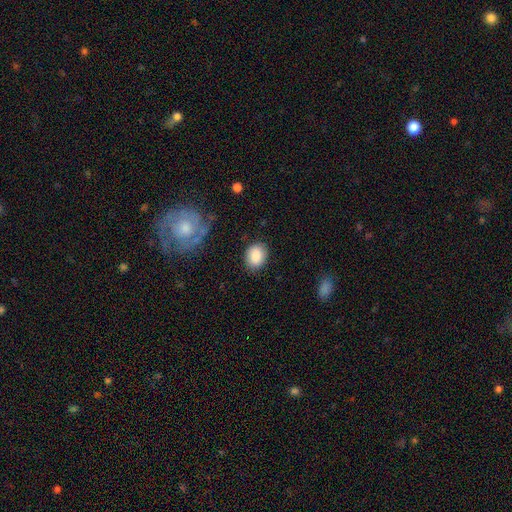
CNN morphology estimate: A smooth galaxy with no disk features (87%) that is in between round and cigar-shaped (58%).

Vote fractions:
- Smooth or featured? smooth: 87% / star or artifact: 7% / featured or disk: 6%
- How rounded? in between: 58% / round: 41% / cigar-shaped: 1%
- Merging? none: 82% / minor disturbance: 13% / major disturbance: 3% / merger: 2%